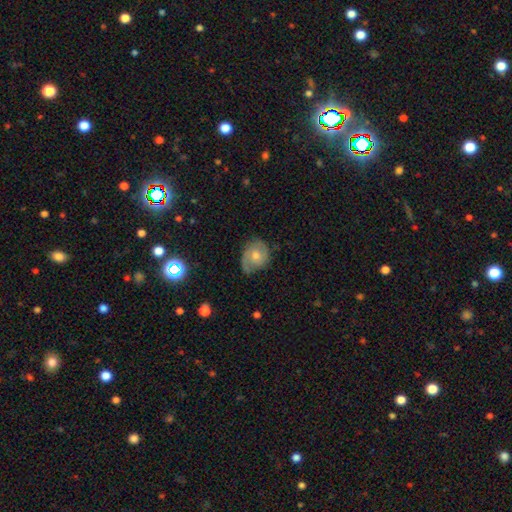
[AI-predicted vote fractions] This appears to be a featured or disk galaxy (60%) with no bar (73%), 2 (57%) tight (46%) spiral arms (86%) and a moderate central bulge (55%). Merging: none (64%).